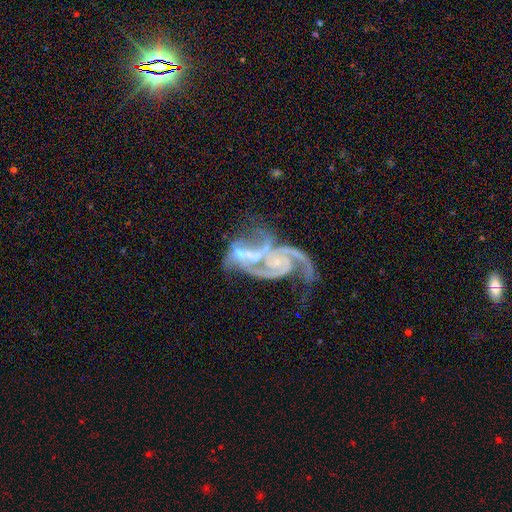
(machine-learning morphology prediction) Smooth or featured?
  - featured or disk: 86% *
  - star or artifact: 8%
  - smooth: 6%
Edge-on disk?
  - no: 96% *
  - yes: 4%
Bar?
  - no: 53% *
  - weak: 32%
  - strong: 16%
Spiral arms?
  - yes: 93% *
  - no: 7%
Spiral winding?
  - medium: 43% *
  - loose: 29%
  - tight: 28%
Spiral arm count?
  - 2: 51% *
  - 3: 17%
  - can't tell: 15%
  - 1: 7%
  - 4: 5%
  - more than 4: 5%
Bulge size?
  - small: 64% *
  - moderate: 21%
  - none: 11%
  - large: 2%
  - dominant: 1%
Merging?
  - merger: 54% *
  - major disturbance: 19%
  - none: 17%
  - minor disturbance: 10%